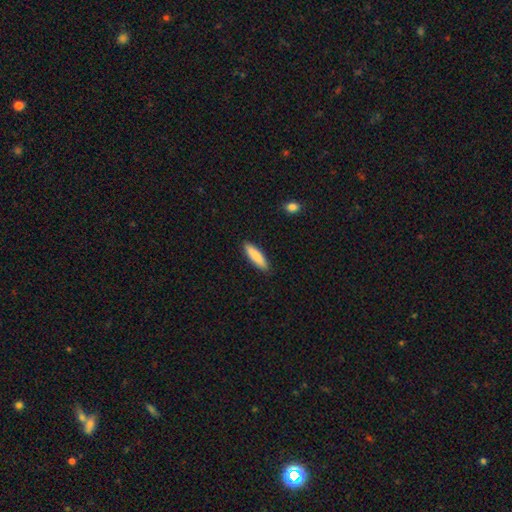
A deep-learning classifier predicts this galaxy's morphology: Overall: smooth (83%). How rounded: cigar-shaped (67%; in between 32%). Merging: none (90%).